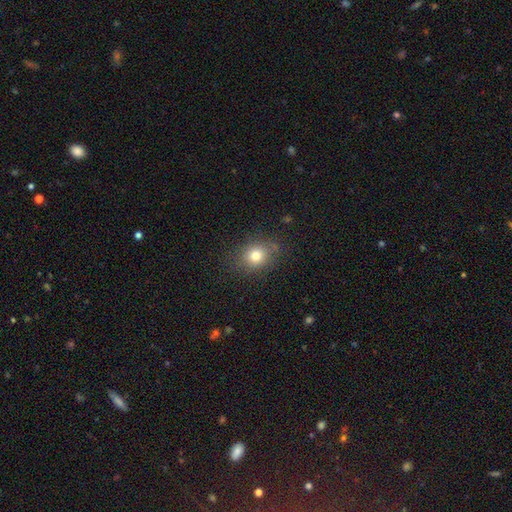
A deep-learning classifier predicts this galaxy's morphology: Smooth or featured?
  - smooth: 77% *
  - star or artifact: 12%
  - featured or disk: 10%
How rounded?
  - round: 56% *
  - in between: 43%
  - cigar-shaped: 1%
Merging?
  - none: 78% *
  - minor disturbance: 16%
  - major disturbance: 5%
  - merger: 2%